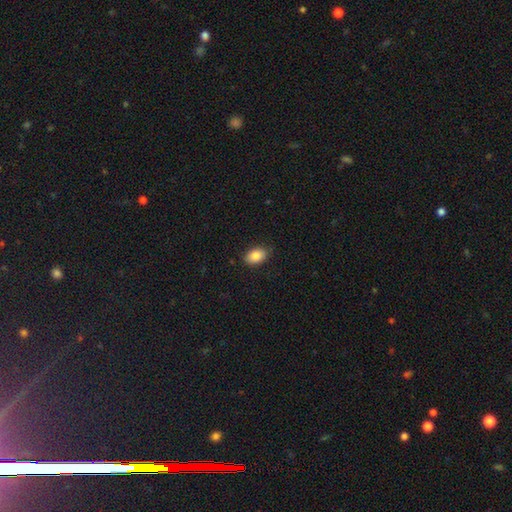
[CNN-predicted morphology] type=smooth (86%); roundness=in between (89%); merging=none (87%).